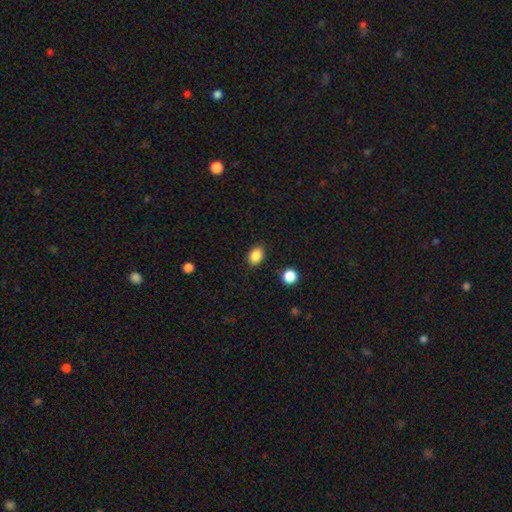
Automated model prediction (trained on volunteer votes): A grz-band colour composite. It shows a smooth galaxy with no disk features (87%) that is in between round and cigar-shaped (72%). Merging: none (88%).